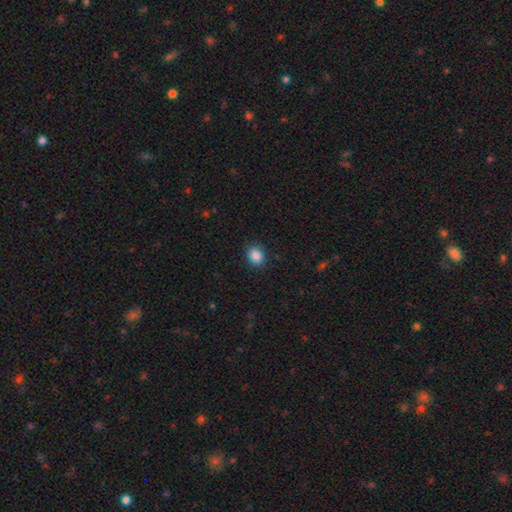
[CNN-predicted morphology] Smooth or featured?
  - smooth: 87% *
  - star or artifact: 9%
  - featured or disk: 3%
How rounded?
  - round: 54% *
  - in between: 45%
  - cigar-shaped: 1%
Merging?
  - none: 89% *
  - minor disturbance: 8%
  - major disturbance: 2%
  - merger: 1%